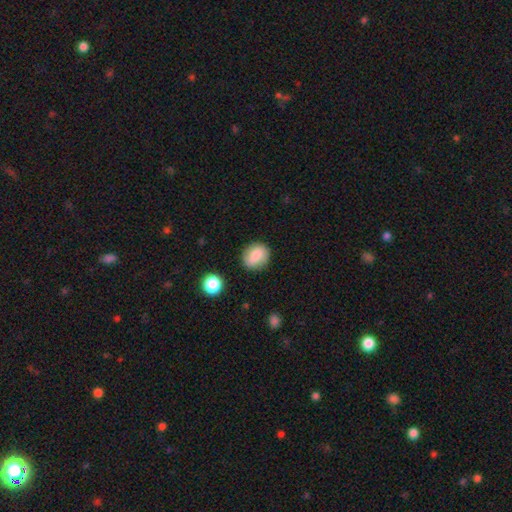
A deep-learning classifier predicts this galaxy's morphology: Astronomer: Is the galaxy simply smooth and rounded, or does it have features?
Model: smooth — 79%.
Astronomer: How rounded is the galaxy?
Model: round — 69%.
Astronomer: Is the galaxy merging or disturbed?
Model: none — 84%.